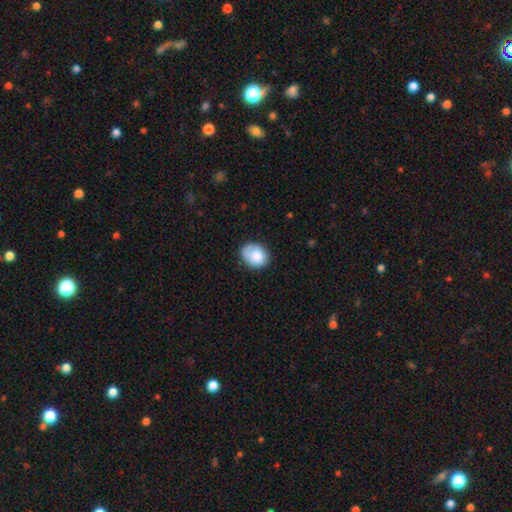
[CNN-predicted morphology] A smooth galaxy with no disk features (83%) that is round (53%). Merging: none (69%).